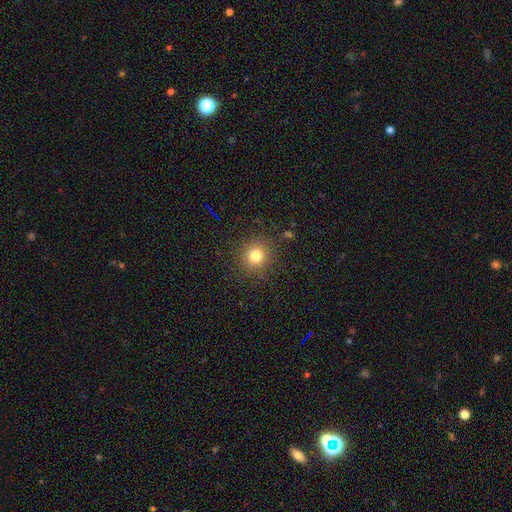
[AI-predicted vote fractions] smooth-or-featured: smooth: 78% | star or artifact: 15% | featured or disk: 7%
  how-rounded: round: 90% | in between: 9% | cigar-shaped: 1%
  merging: none: 88% | minor disturbance: 8% | major disturbance: 3% | merger: 1%